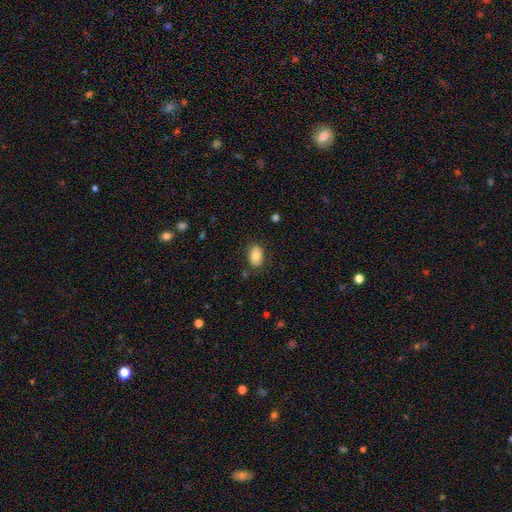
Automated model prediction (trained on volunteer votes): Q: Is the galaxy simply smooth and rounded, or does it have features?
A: smooth — 79%.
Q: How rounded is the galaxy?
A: in between — 83%.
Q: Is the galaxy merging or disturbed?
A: none — 82%.